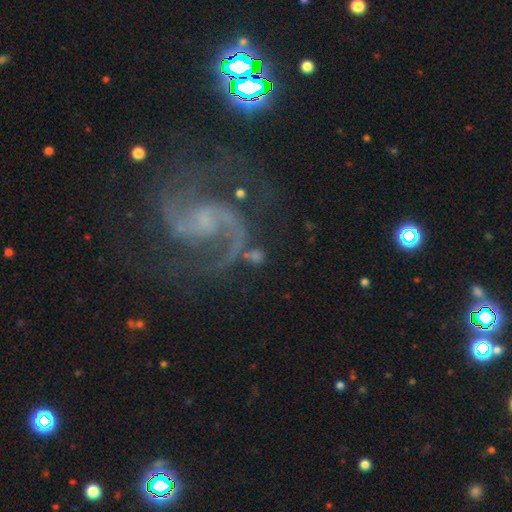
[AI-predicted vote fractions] This is clearly a featured or disk galaxy (85%). It is clearly not viewed edge-on (98%). Bar: possibly no (47%). Spiral arm pattern: clearly yes (97%). Spiral arm count: clearly 2 (91%). Spiral winding: possibly medium (52%). Central bulge: possibly small (59%). Merging: likely none (65%).